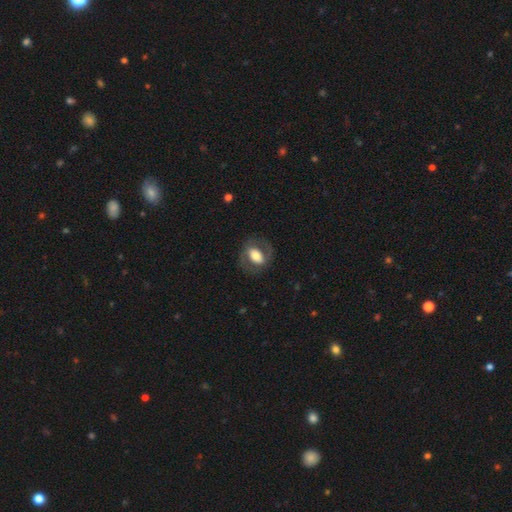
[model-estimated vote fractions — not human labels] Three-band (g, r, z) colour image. It shows a featured or disk galaxy (49%). Merging: none (74%).